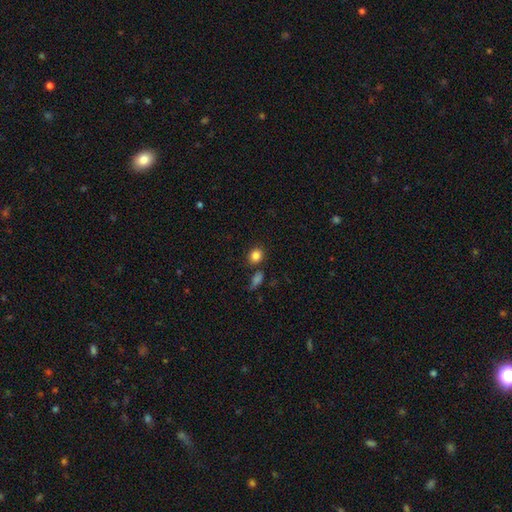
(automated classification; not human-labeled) A smooth galaxy with no disk features (85%) that is round (68%).

Vote fractions:
- Smooth or featured? smooth: 85% / star or artifact: 10% / featured or disk: 5%
- How rounded? round: 68% / in between: 30% / cigar-shaped: 1%
- Merging? none: 78% / minor disturbance: 10% / merger: 8% / major disturbance: 3%